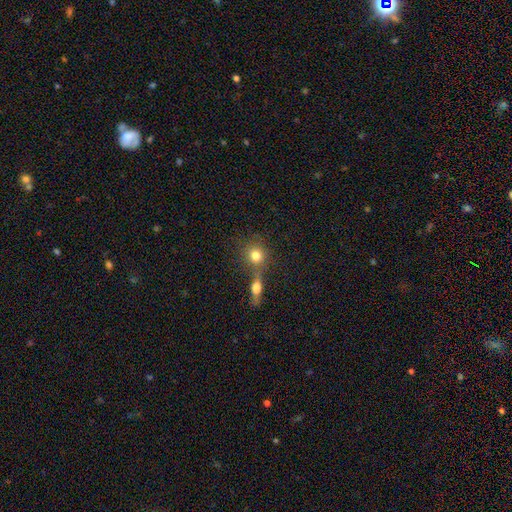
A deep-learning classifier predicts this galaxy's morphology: The model was most divided on "merging": none: 53%, merger: 34%, minor disturbance: 9%, major disturbance: 4%. More confident: how rounded — round (83%); smooth or featured — smooth (79%).